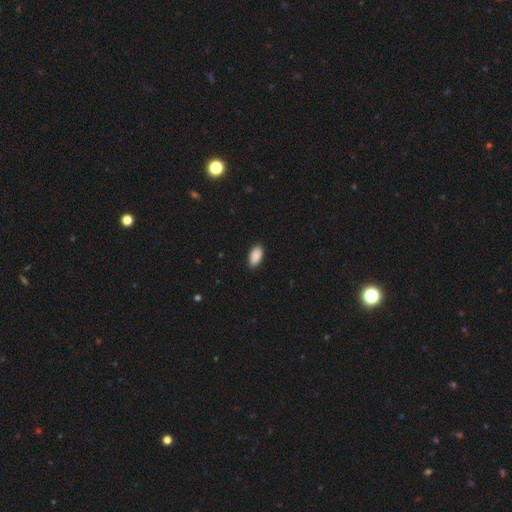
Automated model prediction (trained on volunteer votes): Morphology: type=smooth (90%); roundness=in between (94%); merging=none (88%).